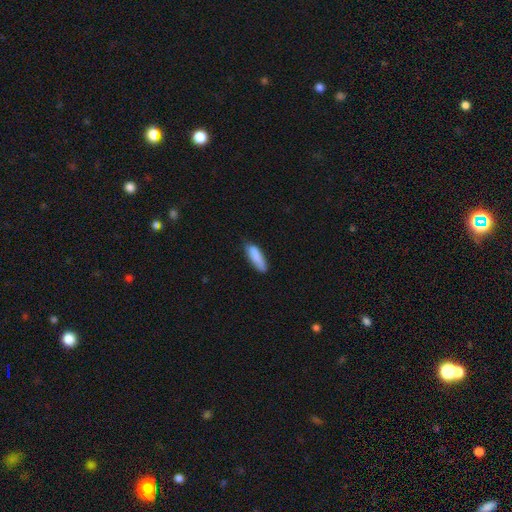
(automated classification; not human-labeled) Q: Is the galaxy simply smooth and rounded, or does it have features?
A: smooth — 87%.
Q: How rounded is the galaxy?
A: cigar-shaped — 53%.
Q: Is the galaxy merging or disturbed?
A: none — 71%.